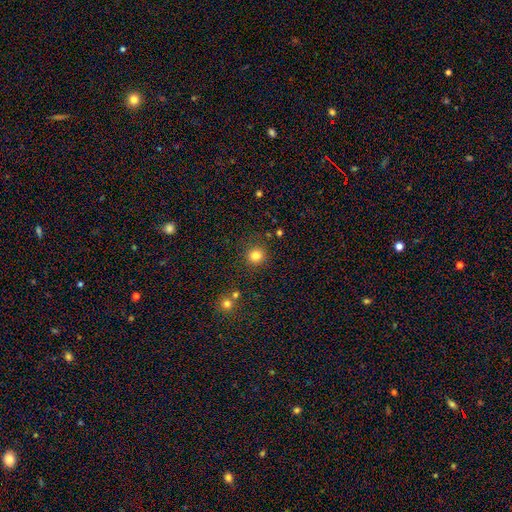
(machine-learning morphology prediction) A smooth galaxy with no disk features (81%) that is round (93%). Merging: none (87%).